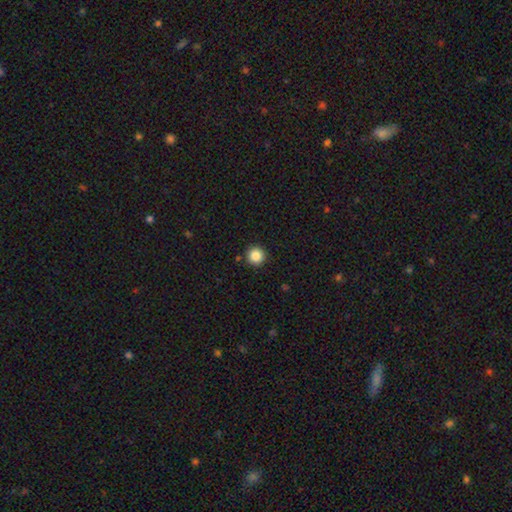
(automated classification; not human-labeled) Smooth or featured? smooth (86%)
How rounded? round (96%)
Merging? none (92%)